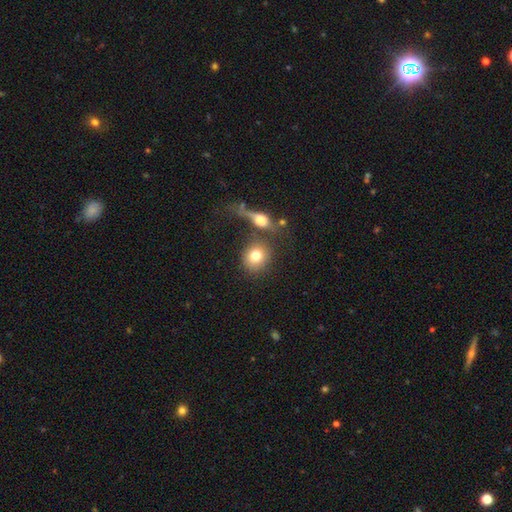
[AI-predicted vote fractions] A smooth galaxy with no disk features (78%) that is round (76%). Merging: none (63%).